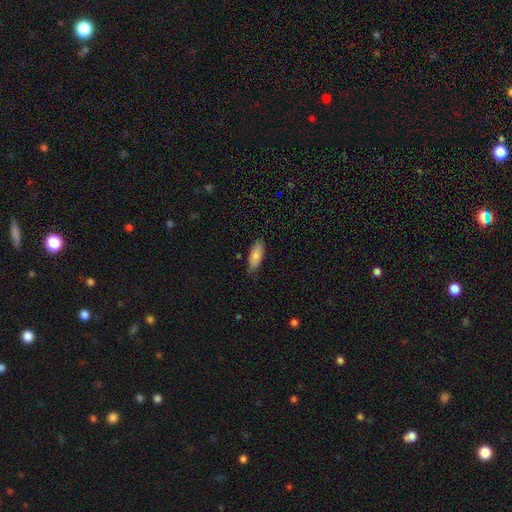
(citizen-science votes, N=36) Smooth or featured? 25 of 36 (69%) said smooth. How rounded? 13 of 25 (52%) said in between. Merging? 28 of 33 (85%) said none.